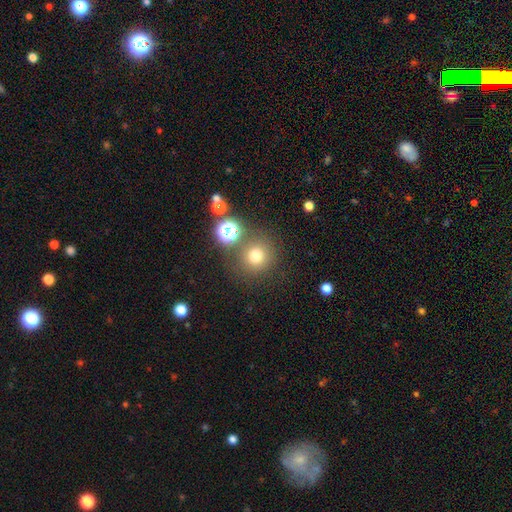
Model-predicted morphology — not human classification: A smooth galaxy with no disk features (73%) that is round (93%). Merging: none (79%).